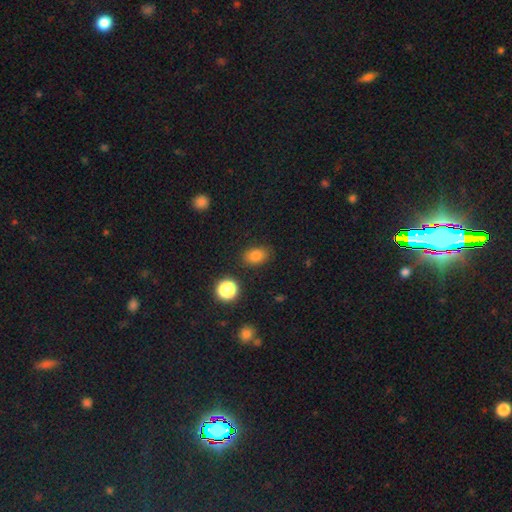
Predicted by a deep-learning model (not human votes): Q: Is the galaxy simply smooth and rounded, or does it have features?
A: smooth — 81%.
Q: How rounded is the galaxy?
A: in between — 77%.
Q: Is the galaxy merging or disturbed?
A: none — 84%.